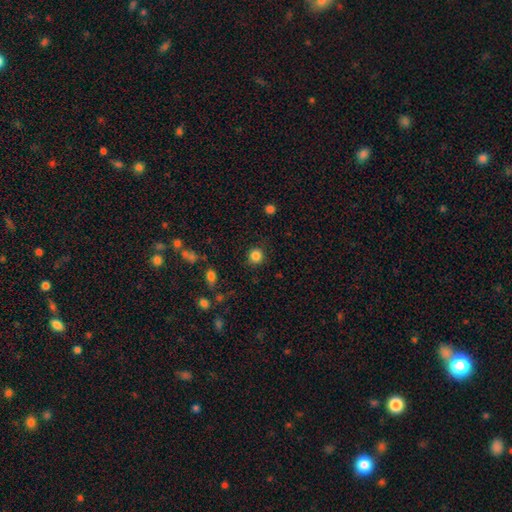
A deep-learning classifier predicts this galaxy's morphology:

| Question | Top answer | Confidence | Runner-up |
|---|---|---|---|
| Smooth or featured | smooth | 85% | star or artifact (11%) |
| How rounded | round | 92% | in between (7%) |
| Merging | none | 88% | minor disturbance (8%) |